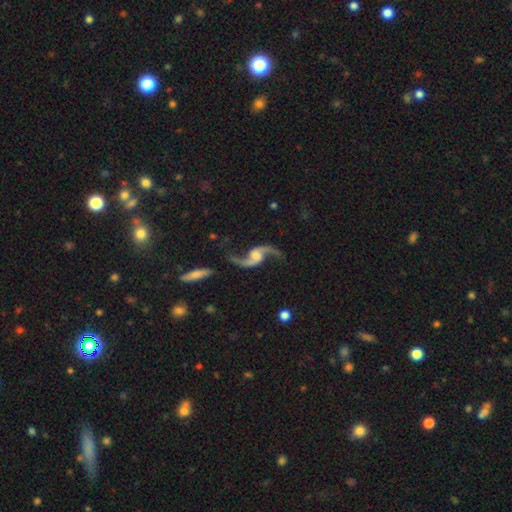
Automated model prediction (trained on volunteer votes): This is clearly a featured or disk galaxy (93%). It is clearly not viewed edge-on (97%). Bar: possibly no (49%). Spiral arm pattern: clearly yes (98%). Spiral arm count: clearly 2 (95%). Spiral winding: clearly loose (89%). Central bulge: marginally moderate (36%). Merging: likely none (76%).